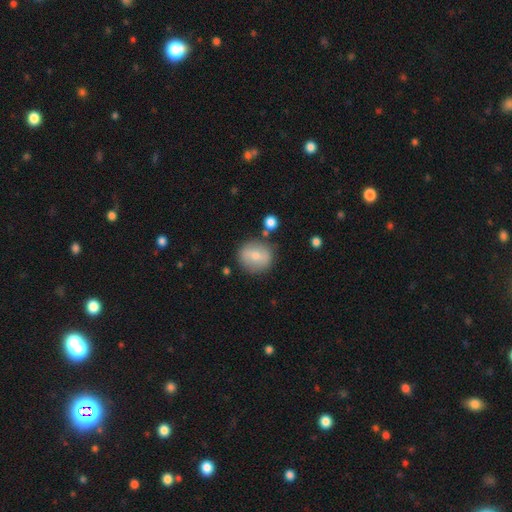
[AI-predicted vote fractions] A smooth galaxy with no disk features (64%) that is round (82%).

Vote fractions:
- Smooth or featured? smooth: 64% / featured or disk: 28% / star or artifact: 8%
- How rounded? round: 82% / in between: 17% / cigar-shaped: 1%
- Merging? none: 79% / minor disturbance: 12% / merger: 5% / major disturbance: 4%